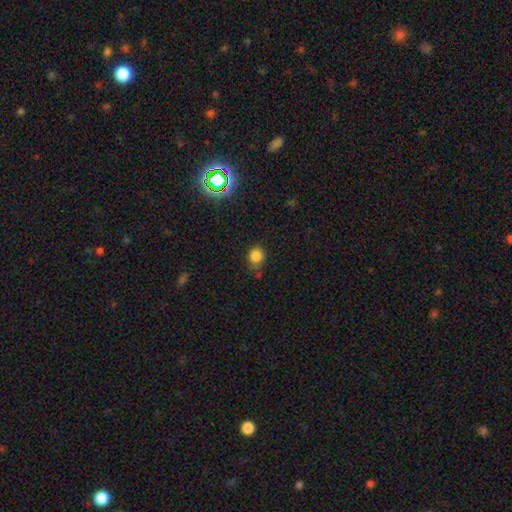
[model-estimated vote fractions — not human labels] The model was most divided on "how rounded": round: 72%, in between: 27%, cigar-shaped: 1%. More confident: smooth or featured — smooth (82%); merging — none (75%).